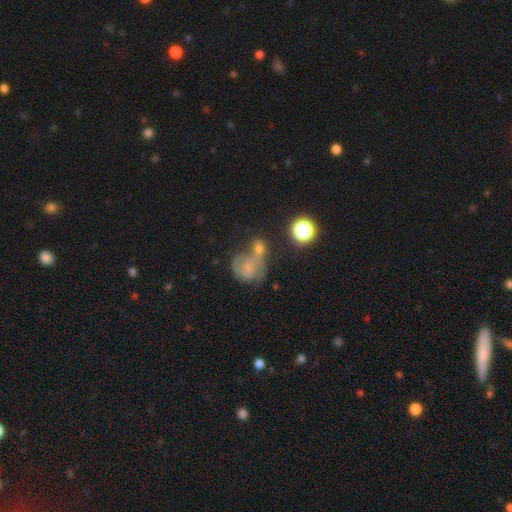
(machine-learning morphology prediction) Smooth or featured? Predicted: featured or disk (p=0.39). Merging? Predicted: none (p=0.39).